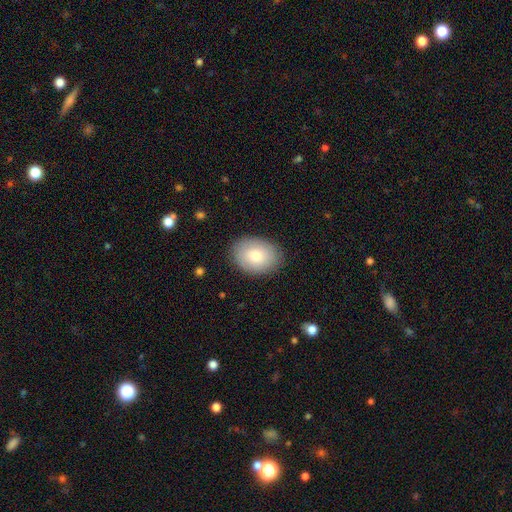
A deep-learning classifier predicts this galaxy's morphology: smooth 79%, featured or disk 15%, star or artifact 6%. Down the decision tree: how rounded — in between (74%); merging — none (85%).